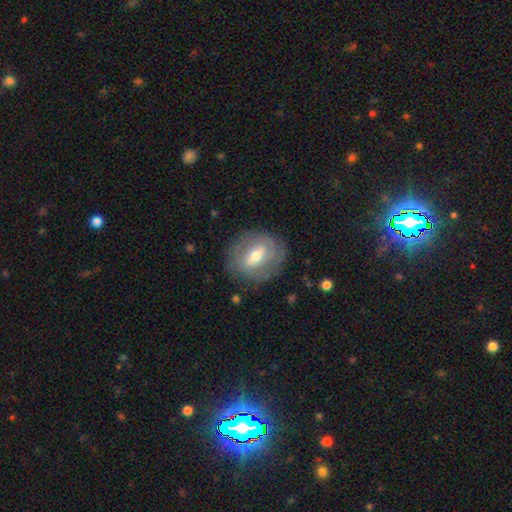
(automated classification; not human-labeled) A featured or disk galaxy (66%) with a weak bar (47%), spiral arms (67%) and a moderate central bulge (64%).

Vote fractions:
- Smooth or featured? featured or disk: 66% / smooth: 27% / star or artifact: 7%
- Edge-on disk? no: 93% / yes: 7%
- Bar? weak: 47% / strong: 31% / no: 22%
- Spiral arms? yes: 67% / no: 33%
- Bulge size? moderate: 64% / small: 29% / large: 5% / none: 1% / dominant: 1%
- Merging? none: 78% / minor disturbance: 15% / major disturbance: 6% / merger: 1%